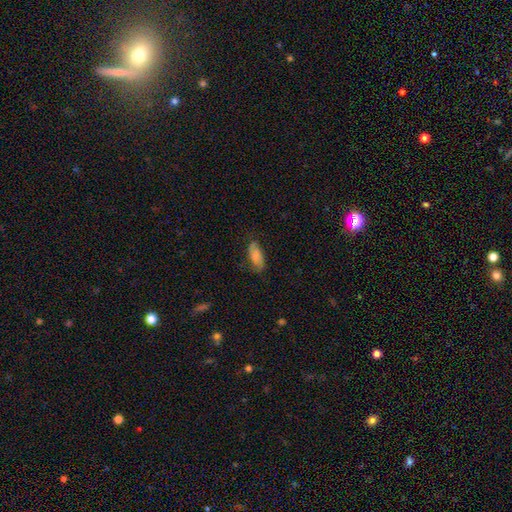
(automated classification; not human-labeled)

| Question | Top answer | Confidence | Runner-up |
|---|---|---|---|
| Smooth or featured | smooth | 79% | featured or disk (14%) |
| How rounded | in between | 86% | cigar-shaped (12%) |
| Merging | none | 68% | minor disturbance (24%) |